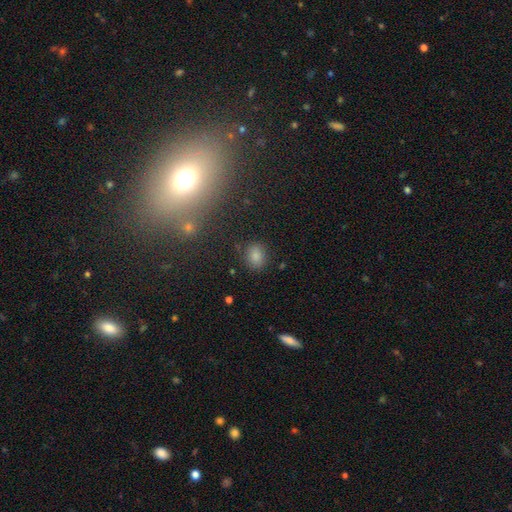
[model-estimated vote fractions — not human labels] A smooth galaxy with no disk features (81%) that is in between round and cigar-shaped (54%).

Vote fractions:
- Smooth or featured? smooth: 81% / star or artifact: 14% / featured or disk: 5%
- How rounded? in between: 54% / round: 44% / cigar-shaped: 1%
- Merging? none: 82% / minor disturbance: 12% / major disturbance: 4% / merger: 3%